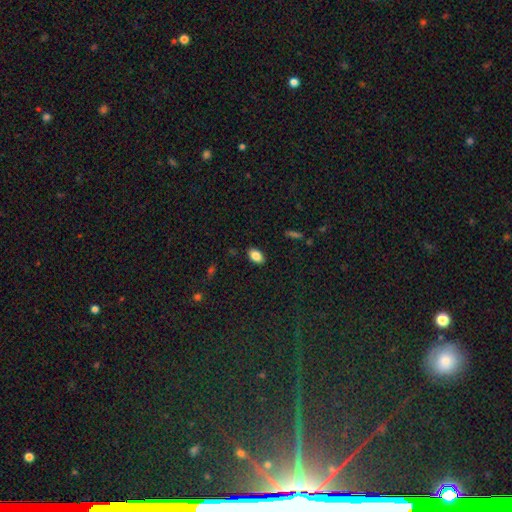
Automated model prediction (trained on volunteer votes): smooth_or_featured: smooth (p=0.86) [alt: star or artifact p=0.08]
how_rounded: in between (p=0.91) [alt: round p=0.06]
merging: none (p=0.88) [alt: minor disturbance p=0.09]